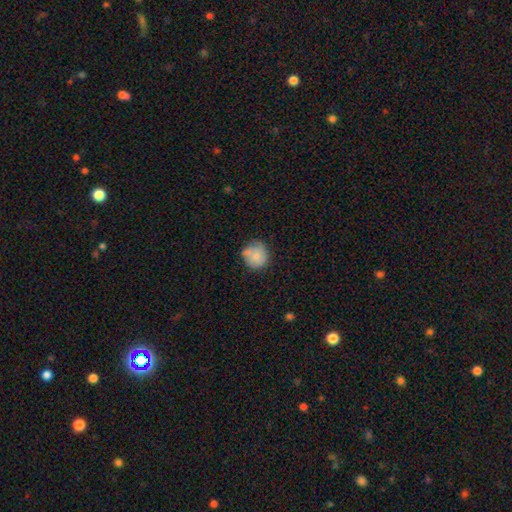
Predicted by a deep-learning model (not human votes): Smooth or featured?
  - smooth: 74% *
  - featured or disk: 19%
  - star or artifact: 8%
How rounded?
  - round: 86% *
  - in between: 13%
  - cigar-shaped: 1%
Merging?
  - none: 60% *
  - minor disturbance: 27%
  - merger: 7%
  - major disturbance: 6%